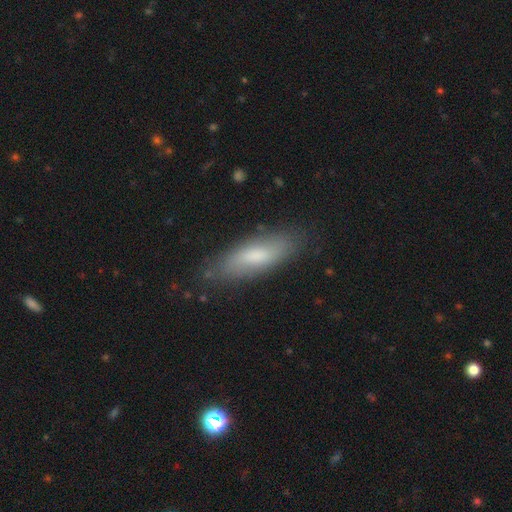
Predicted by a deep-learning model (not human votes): Morphology: type=smooth (70%); roundness=in between (58%); merging=none (80%).